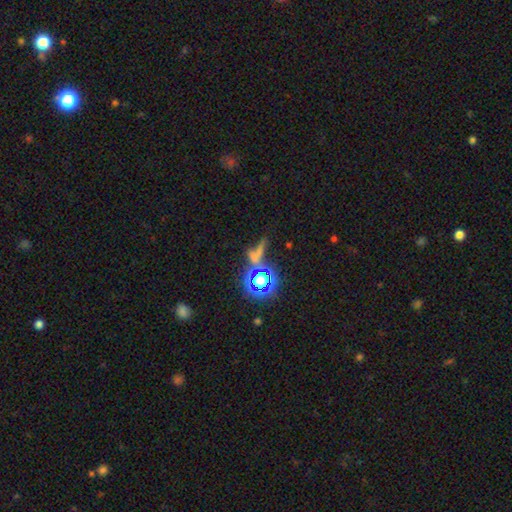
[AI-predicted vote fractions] This is possibly a star or artifact rather than a galaxy (50%).